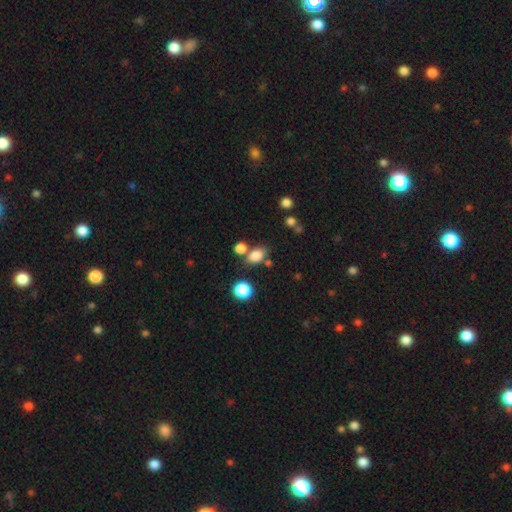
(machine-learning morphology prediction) type=smooth (81%); roundness=in between (73%); merging=none (63%).